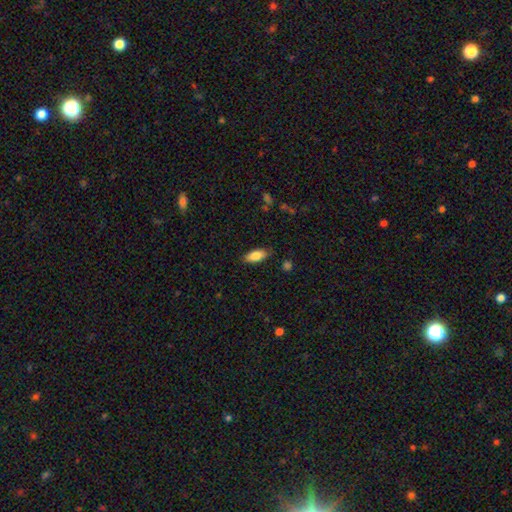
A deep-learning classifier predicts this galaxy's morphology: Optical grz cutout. It shows a smooth galaxy with no disk features (84%) that is in between round and cigar-shaped (85%). Merging: none (84%).